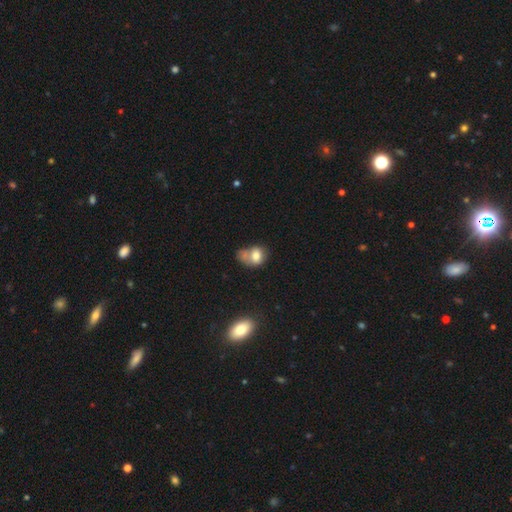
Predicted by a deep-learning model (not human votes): Smooth or featured: smooth — 72% (featured or disk — 18%)
How rounded: in between — 63% (round — 36%)
Merging: merger — 39% (none — 23%)